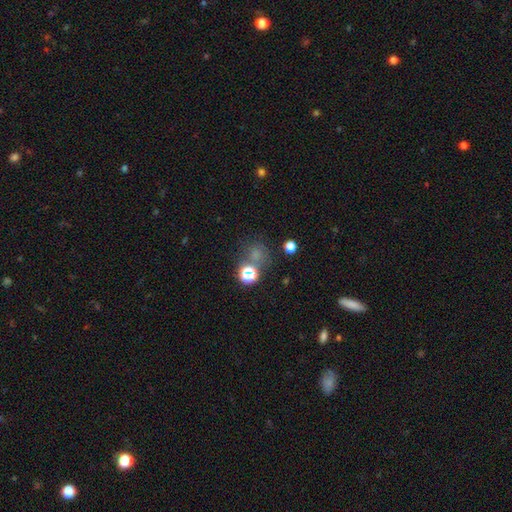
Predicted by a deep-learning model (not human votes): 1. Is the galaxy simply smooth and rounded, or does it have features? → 61% smooth, 31% star or artifact, 8% featured or disk.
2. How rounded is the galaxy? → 83% round, 16% in between, 1% cigar-shaped.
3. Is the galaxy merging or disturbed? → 64% none, 16% merger, 12% minor disturbance, 8% major disturbance.